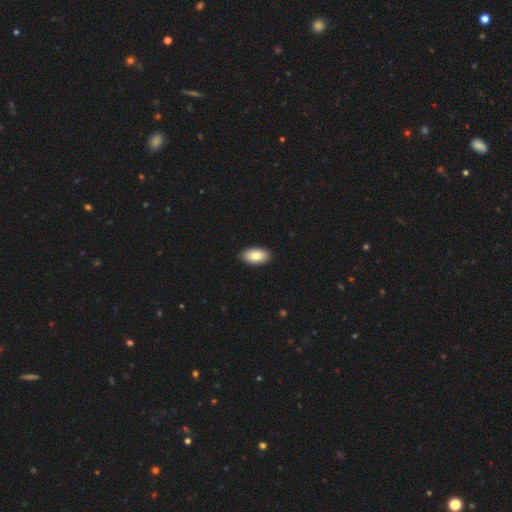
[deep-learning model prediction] Smooth or featured?
  - smooth: 82% *
  - featured or disk: 12%
  - star or artifact: 6%
How rounded?
  - in between: 95% *
  - round: 3%
  - cigar-shaped: 2%
Merging?
  - none: 91% *
  - minor disturbance: 6%
  - major disturbance: 1%
  - merger: 1%